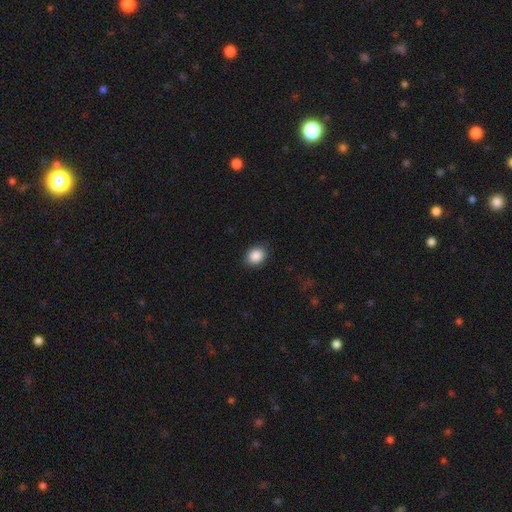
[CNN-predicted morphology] Smooth or featured?
  - smooth: 88% *
  - star or artifact: 8%
  - featured or disk: 4%
How rounded?
  - in between: 55% *
  - round: 44%
  - cigar-shaped: 1%
Merging?
  - none: 85% *
  - minor disturbance: 12%
  - major disturbance: 3%
  - merger: 1%